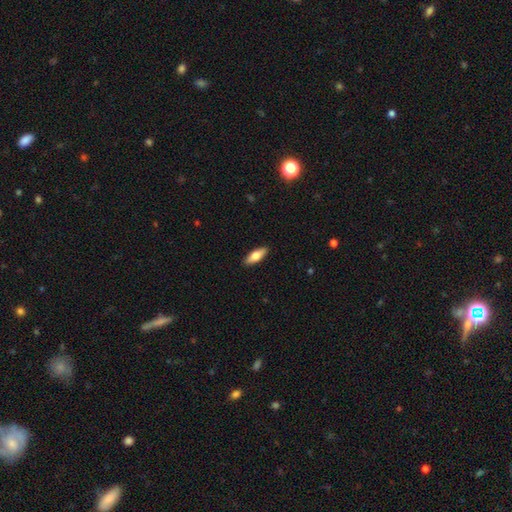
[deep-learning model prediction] A smooth galaxy with no disk features (68%) that is in between round and cigar-shaped (61%).

Vote fractions:
- Smooth or featured? smooth: 68% / featured or disk: 26% / star or artifact: 6%
- How rounded? in between: 61% / cigar-shaped: 37% / round: 2%
- Merging? none: 90% / minor disturbance: 7% / major disturbance: 2% / merger: 1%